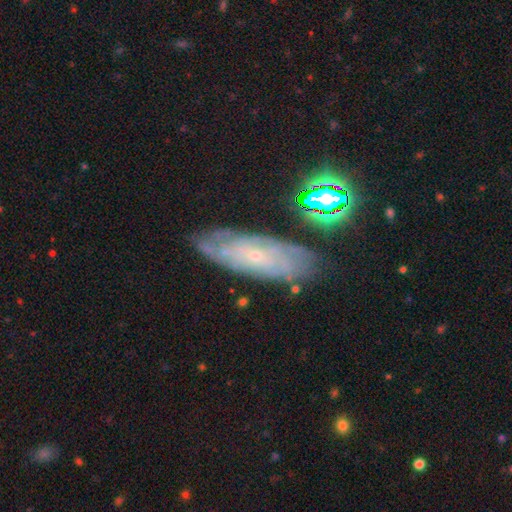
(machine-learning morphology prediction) featured or disk 70%, smooth 18%, star or artifact 12%. Down the decision tree: edge-on disk — no (82%); bar — no (76%); spiral arms — yes (86%); bulge size — small (84%); merging — none (78%).